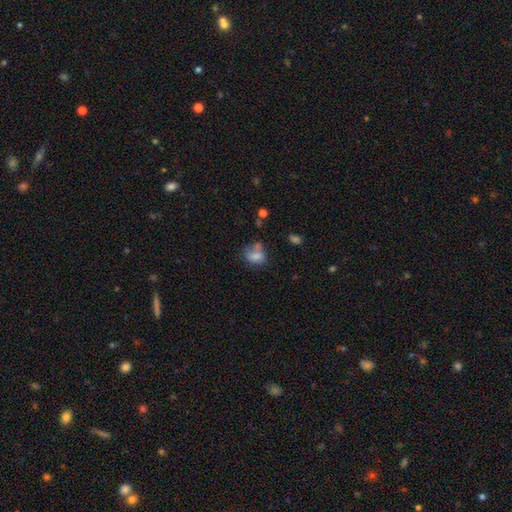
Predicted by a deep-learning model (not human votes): A smooth galaxy with no disk features (71%) that is in between round and cigar-shaped (67%).

Vote fractions:
- Smooth or featured? smooth: 71% / featured or disk: 17% / star or artifact: 12%
- How rounded? in between: 67% / round: 31% / cigar-shaped: 2%
- Merging? none: 36% / merger: 24% / minor disturbance: 24% / major disturbance: 16%